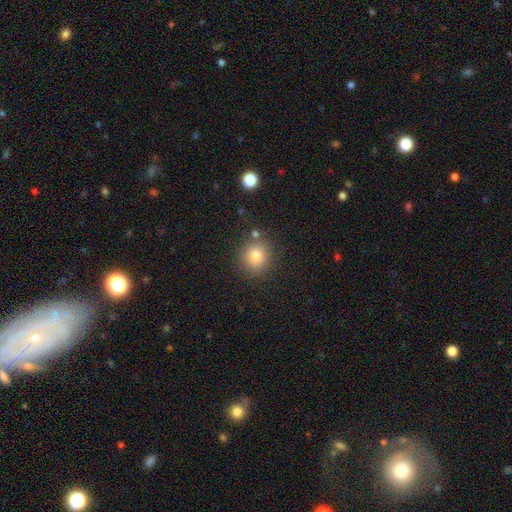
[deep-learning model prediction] Smooth or featured: smooth — 80% (star or artifact — 12%)
How rounded: round — 89% (in between — 10%)
Merging: none — 81% (minor disturbance — 9%)